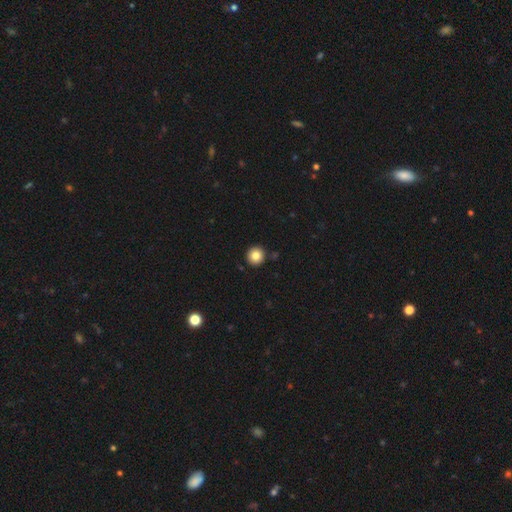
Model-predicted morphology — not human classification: This is clearly a smooth galaxy (84%). How rounded: clearly round (95%). Merging: clearly none (91%).